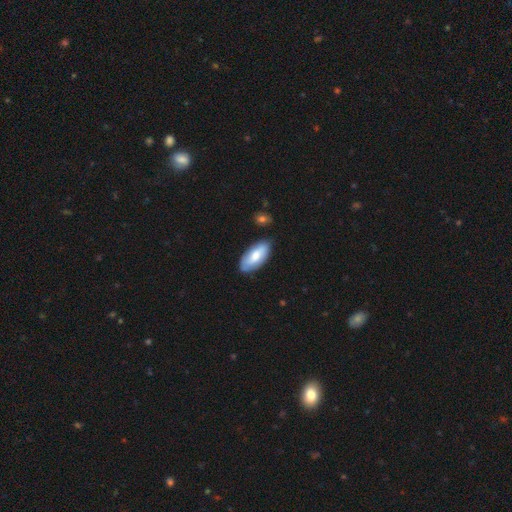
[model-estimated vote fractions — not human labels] Overall: smooth (69%). How rounded: in between (90%). Merging: none (78%).